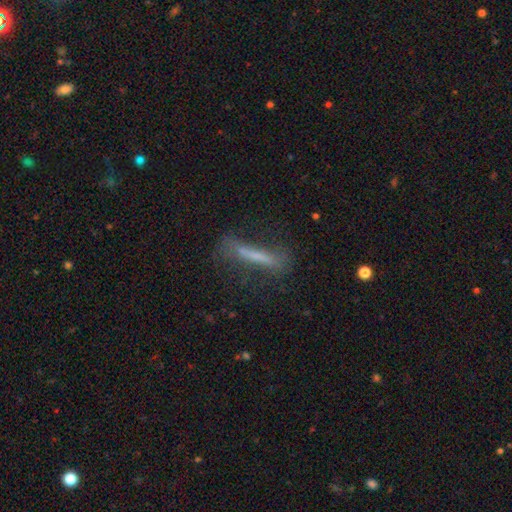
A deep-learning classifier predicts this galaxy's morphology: Smooth or featured: smooth — 45% (featured or disk — 44%)
Merging: none — 64% (minor disturbance — 20%)